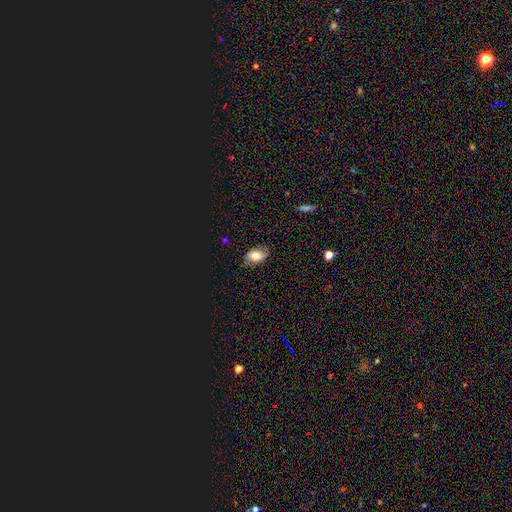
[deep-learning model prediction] smooth 61%, featured or disk 29%, star or artifact 10%. Down the decision tree: how rounded — in between (87%); merging — none (70%).